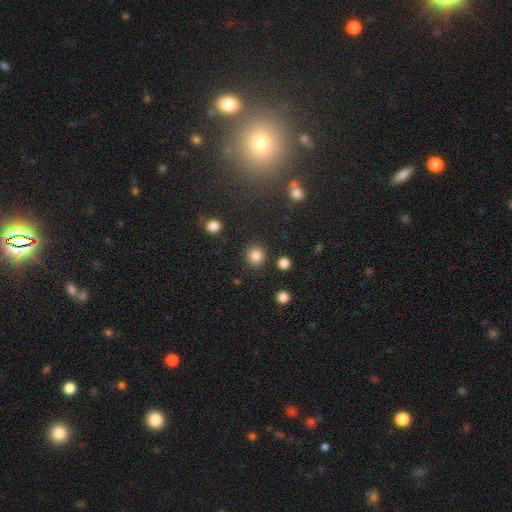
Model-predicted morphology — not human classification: type=smooth (84%); roundness=round (92%); merging=none (89%).